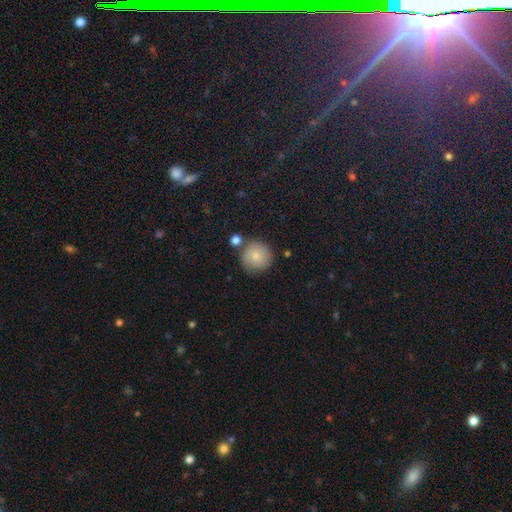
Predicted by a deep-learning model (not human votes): smooth_or_featured: smooth (p=0.82) [alt: featured or disk p=0.11]
how_rounded: round (p=0.94) [alt: in between p=0.05]
merging: none (p=0.75) [alt: minor disturbance p=0.13]